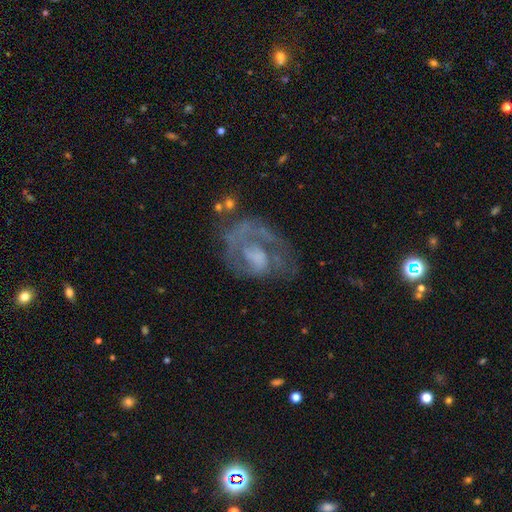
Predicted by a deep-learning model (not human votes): Smooth or featured: featured or disk — 72% (smooth — 18%)
Edge-on disk: no — 97% (yes — 3%)
Bar: no — 69% (weak — 25%)
Spiral arms: yes — 68% (no — 32%)
Bulge size: none — 37% (moderate — 29%)
Merging: none — 45% (major disturbance — 31%)